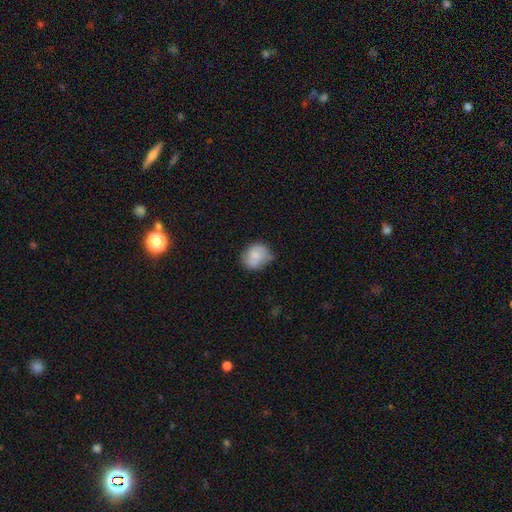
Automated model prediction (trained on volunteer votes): Q: Smooth or featured?
A: smooth (80%); runner-up: featured or disk (13%)
Q: How rounded?
A: round (65%); runner-up: in between (34%)
Q: Merging?
A: none (54%); runner-up: minor disturbance (35%)